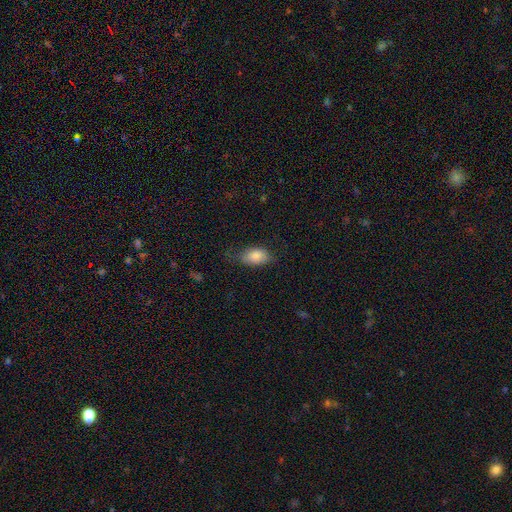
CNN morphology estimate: A smooth galaxy with no disk features (84%) that is in between round and cigar-shaped (90%).

Vote fractions:
- Smooth or featured? smooth: 84% / featured or disk: 9% / star or artifact: 7%
- How rounded? in between: 90% / round: 7% / cigar-shaped: 3%
- Merging? none: 61% / minor disturbance: 28% / major disturbance: 10% / merger: 1%